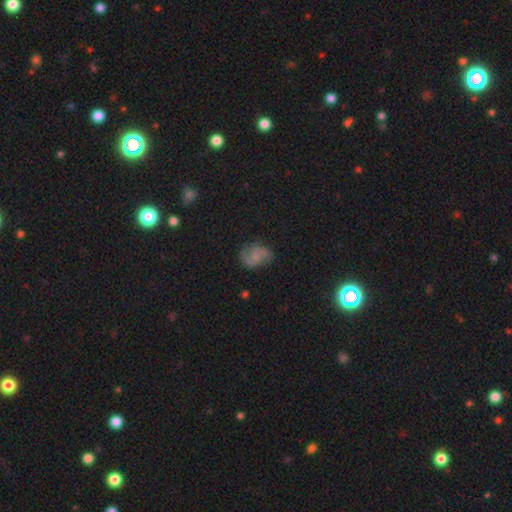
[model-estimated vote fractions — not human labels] Overall: featured or disk (69%). Edge-on disk: no (98%). Bar: no (52%; weak 39%). Spiral arms: yes (93%). Spiral arm count: 2 (88%). Spiral winding: medium (45%; loose 40%). Bulge size: none (56%; small 26%). Merging: none (71%).